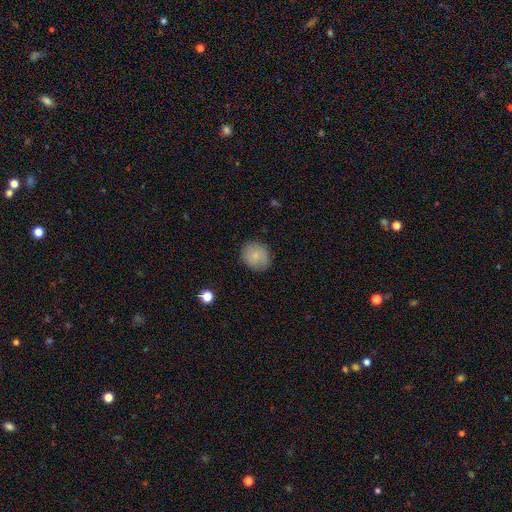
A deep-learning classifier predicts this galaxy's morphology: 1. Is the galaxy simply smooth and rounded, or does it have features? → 81% smooth, 11% featured or disk, 8% star or artifact.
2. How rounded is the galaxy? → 78% round, 21% in between, 1% cigar-shaped.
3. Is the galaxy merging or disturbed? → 85% none, 11% minor disturbance, 3% major disturbance, 1% merger.